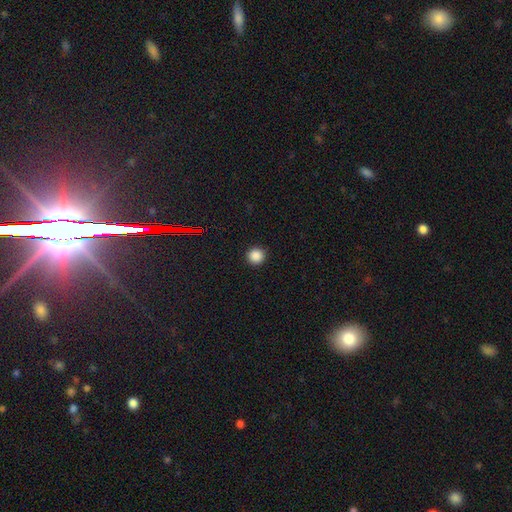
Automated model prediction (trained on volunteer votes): Smooth or featured: smooth — 86% (star or artifact — 11%)
How rounded: round — 95% (in between — 4%)
Merging: none — 93% (minor disturbance — 5%)